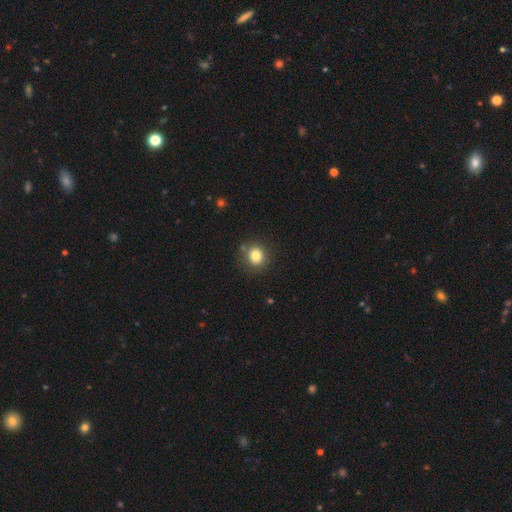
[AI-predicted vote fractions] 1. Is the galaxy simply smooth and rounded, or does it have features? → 81% smooth, 11% star or artifact, 7% featured or disk.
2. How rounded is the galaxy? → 83% round, 16% in between, 1% cigar-shaped.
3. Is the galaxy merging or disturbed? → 82% none, 10% minor disturbance, 4% merger, 3% major disturbance.